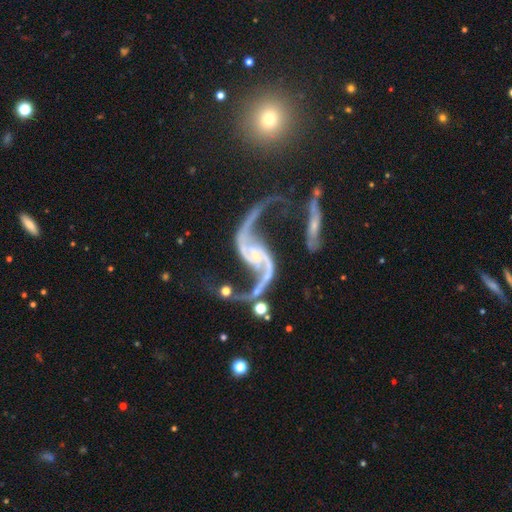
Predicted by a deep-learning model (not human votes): Smooth or featured? Predicted: featured or disk (p=0.93). Edge-on disk? Predicted: no (p=0.97). Bar? Predicted: no (p=0.54). Spiral arms? Predicted: yes (p=0.98). Spiral winding? Predicted: loose (p=0.80). Spiral arm count? Predicted: 2 (p=0.94). Bulge size? Predicted: small (p=0.78). Merging? Predicted: none (p=0.46).